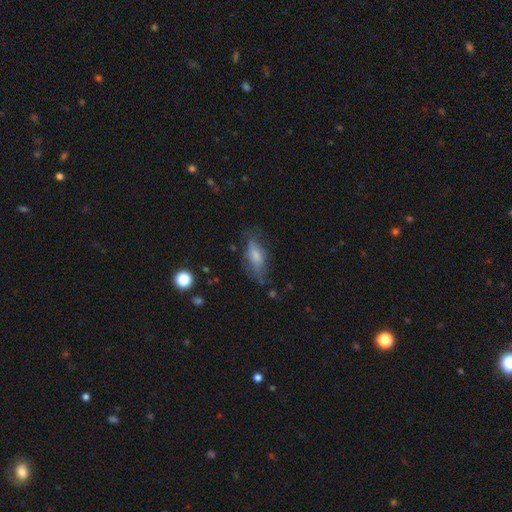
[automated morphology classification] smooth 65%, featured or disk 27%, star or artifact 8%. Down the decision tree: how rounded — in between (76%); merging — none (55%).